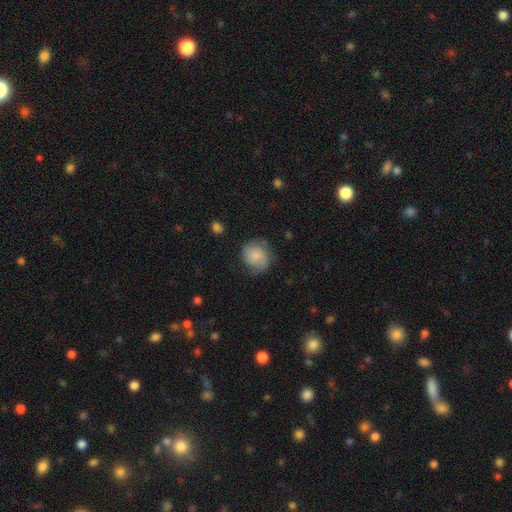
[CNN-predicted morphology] A smooth galaxy with no disk features (69%) that is round (79%). Merging: none (66%).